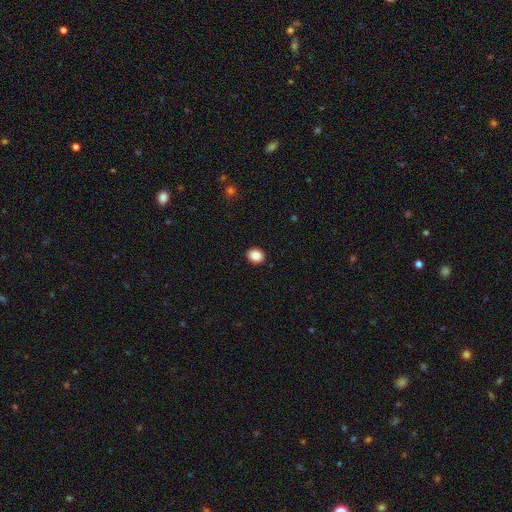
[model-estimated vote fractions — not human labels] Overall: smooth (89%). How rounded: round (62%; in between 37%). Merging: none (91%).